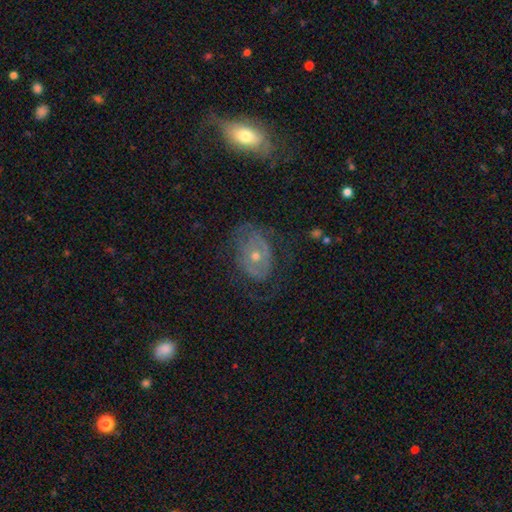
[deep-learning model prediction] Smooth or featured?
  - featured or disk: 65% *
  - smooth: 25%
  - star or artifact: 10%
Edge-on disk?
  - no: 95% *
  - yes: 5%
Bar?
  - no: 80% *
  - weak: 15%
  - strong: 5%
Spiral arms?
  - yes: 53% *
  - no: 47%
Bulge size?
  - small: 50% *
  - moderate: 46%
  - large: 2%
  - none: 1%
  - dominant: 1%
Merging?
  - none: 56% *
  - minor disturbance: 21%
  - major disturbance: 21%
  - merger: 2%